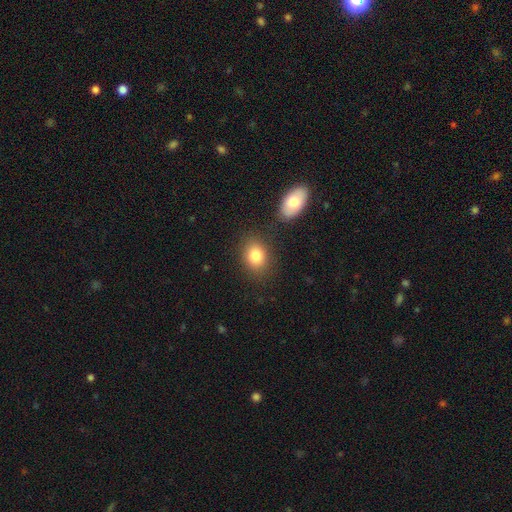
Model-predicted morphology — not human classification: type=smooth (82%); roundness=in between (59%); merging=none (78%).